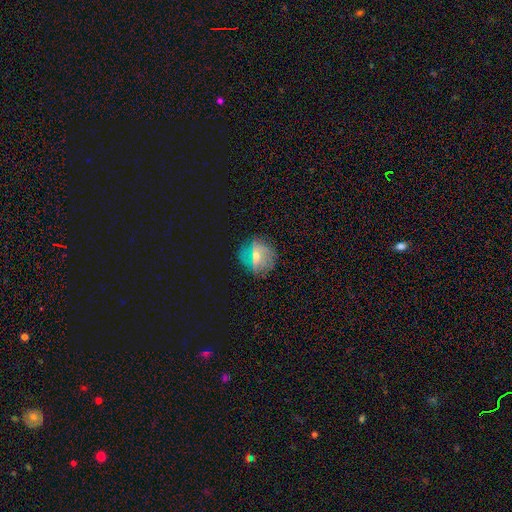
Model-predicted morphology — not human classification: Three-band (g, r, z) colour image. It shows a featured or disk galaxy (37%). Merging: none (82%).